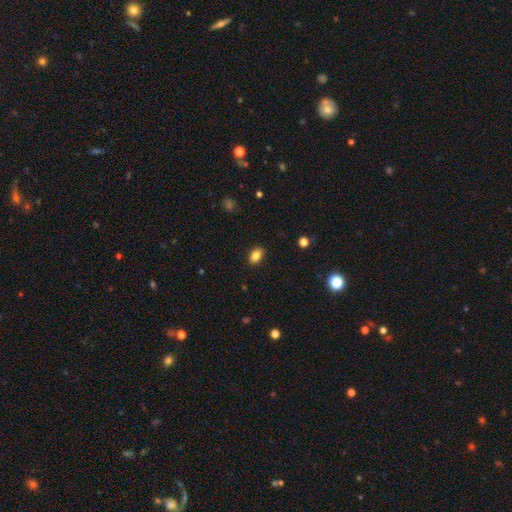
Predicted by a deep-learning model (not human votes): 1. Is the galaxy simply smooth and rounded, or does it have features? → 84% smooth, 10% star or artifact, 6% featured or disk.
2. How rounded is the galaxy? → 79% in between, 20% round, 1% cigar-shaped.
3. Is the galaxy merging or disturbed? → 88% none, 9% minor disturbance, 2% major disturbance, 1% merger.